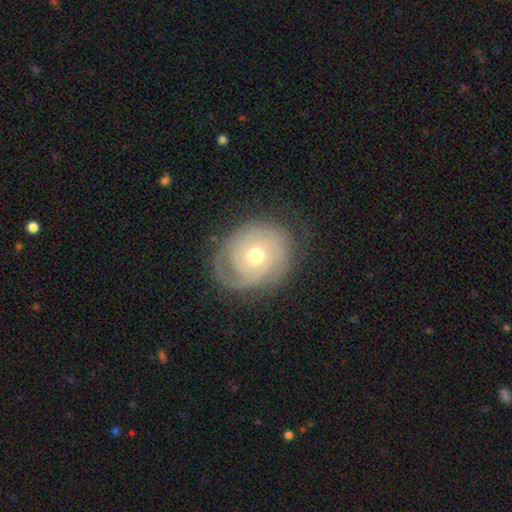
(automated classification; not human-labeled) Smooth or featured: featured or disk — 79% (smooth — 15%)
Edge-on disk: no — 97% (yes — 3%)
Bar: no — 80% (weak — 16%)
Spiral arms: yes — 91% (no — 9%)
Spiral winding: tight — 75% (medium — 19%)
Spiral arm count: can't tell — 31% (2 — 29%)
Bulge size: moderate — 68% (small — 27%)
Merging: none — 74% (minor disturbance — 17%)